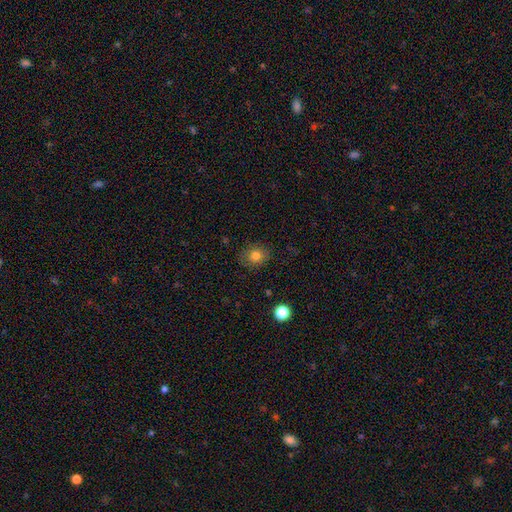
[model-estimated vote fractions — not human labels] smooth-or-featured: smooth: 79% | star or artifact: 12% | featured or disk: 9%
  how-rounded: round: 64% | in between: 35% | cigar-shaped: 1%
  merging: none: 84% | minor disturbance: 12% | major disturbance: 3% | merger: 1%